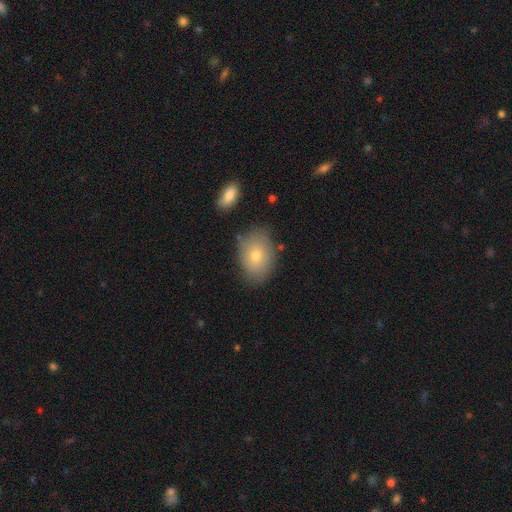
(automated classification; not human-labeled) Smooth or featured? Predicted: smooth (p=0.75). How rounded? Predicted: in between (p=0.79). Merging? Predicted: none (p=0.77).